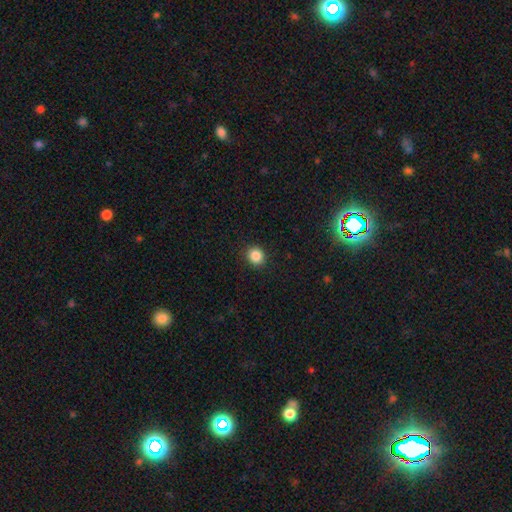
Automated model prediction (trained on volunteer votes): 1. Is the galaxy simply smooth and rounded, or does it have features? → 86% smooth, 10% star or artifact, 4% featured or disk.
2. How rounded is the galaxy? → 84% round, 15% in between, 1% cigar-shaped.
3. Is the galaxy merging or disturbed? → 91% none, 6% minor disturbance, 2% major disturbance, 1% merger.